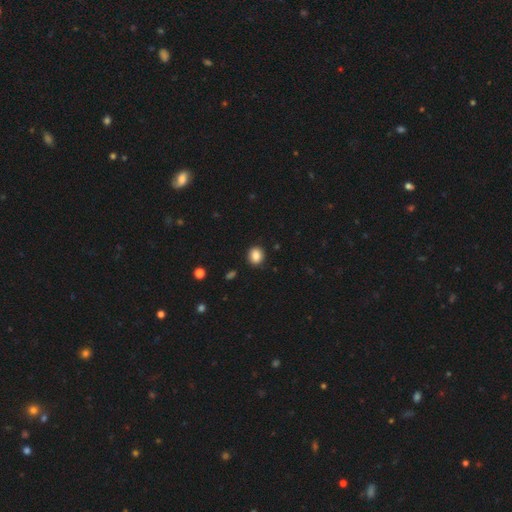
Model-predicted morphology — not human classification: type=smooth (86%); roundness=round (71%); merging=none (90%).